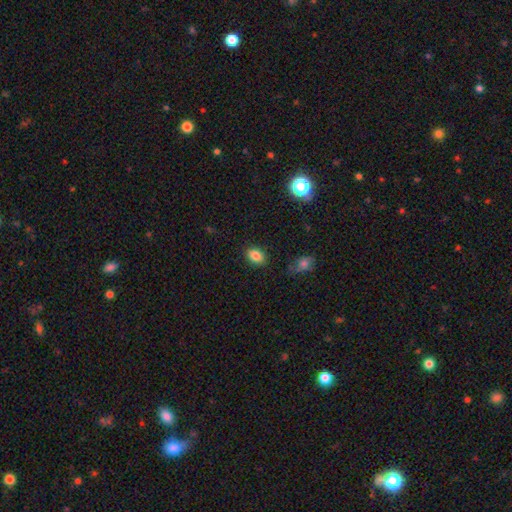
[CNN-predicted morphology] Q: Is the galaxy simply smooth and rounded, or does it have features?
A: smooth — 85%.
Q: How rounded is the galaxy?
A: in between — 78%.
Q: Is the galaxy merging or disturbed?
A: none — 86%.